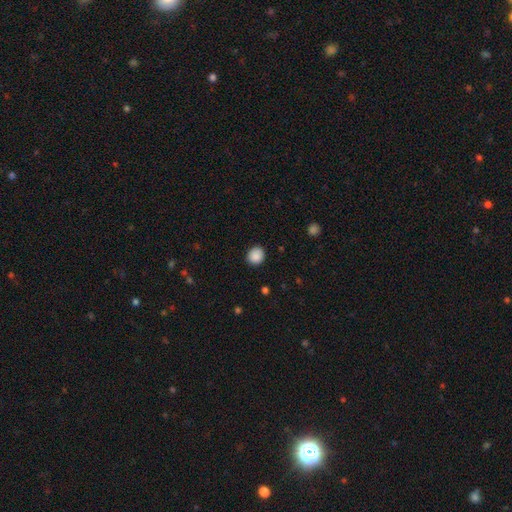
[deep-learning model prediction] A smooth galaxy with no disk features (88%) that is round (79%).

Vote fractions:
- Smooth or featured? smooth: 88% / star or artifact: 9% / featured or disk: 3%
- How rounded? round: 79% / in between: 21% / cigar-shaped: 1%
- Merging? none: 89% / minor disturbance: 8% / major disturbance: 2% / merger: 1%